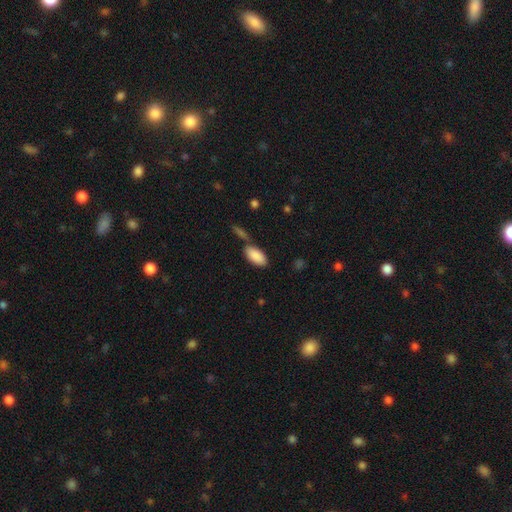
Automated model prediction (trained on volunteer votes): This appears to be a smooth galaxy with no disk features (88%) that is in between round and cigar-shaped (92%). Merging: none (63%).